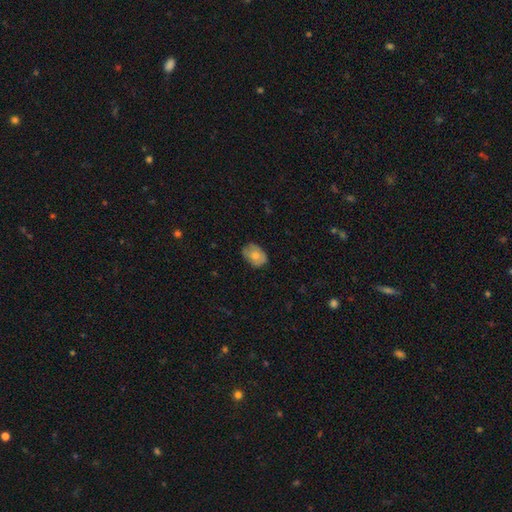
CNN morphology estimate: Smooth or featured? smooth (72%)
How rounded? in between (75%)
Merging? none (70%)